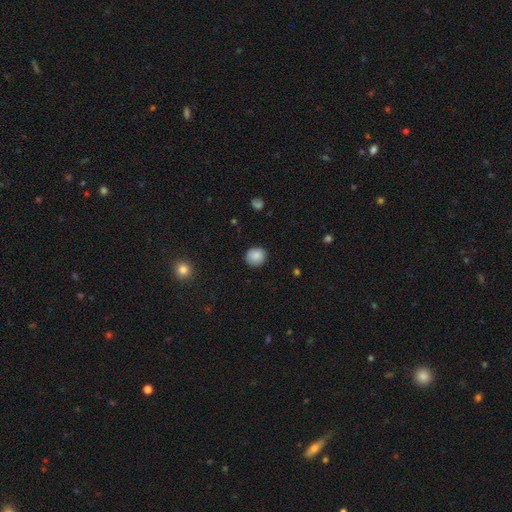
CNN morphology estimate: Overall: smooth (86%). How rounded: round (87%). Merging: none (88%).